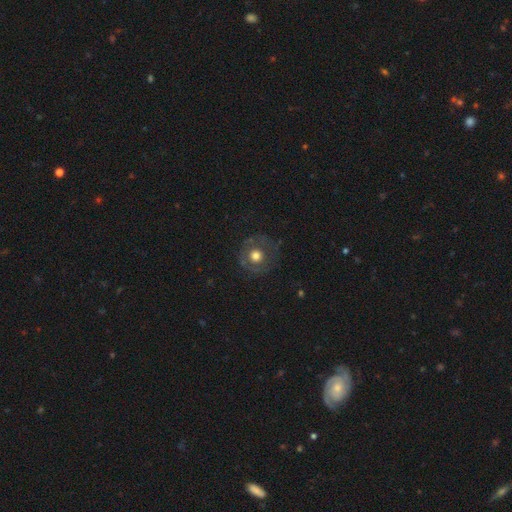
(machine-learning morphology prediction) smooth 58%, featured or disk 32%, star or artifact 10%. Down the decision tree: how rounded — round (93%); merging — none (77%).